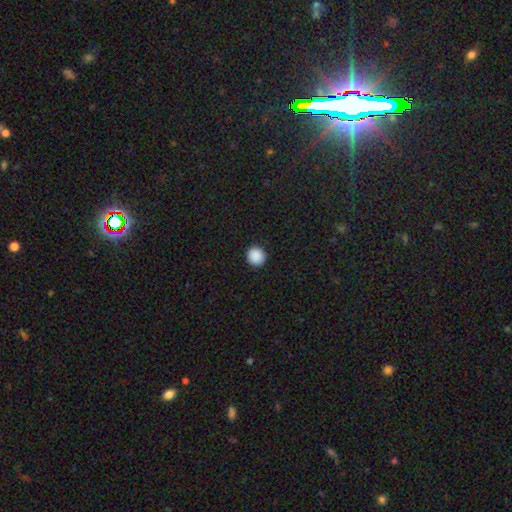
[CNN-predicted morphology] smooth-or-featured: smooth: 90% | star or artifact: 8% | featured or disk: 2%
  how-rounded: round: 91% | in between: 8% | cigar-shaped: 1%
  merging: none: 93% | minor disturbance: 5% | major disturbance: 2% | merger: 1%